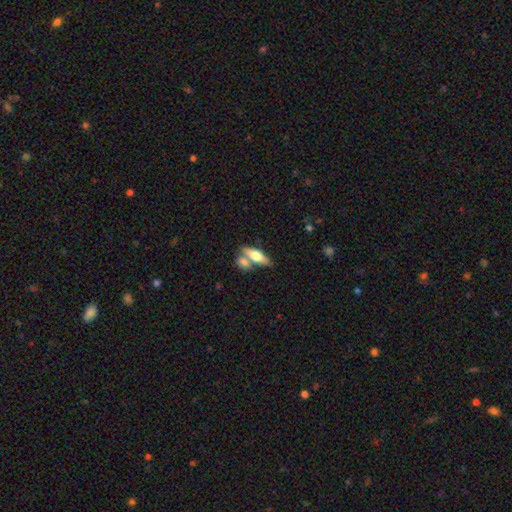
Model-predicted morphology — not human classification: type=smooth (60%); roundness=in between (60%); merging=none (47%).